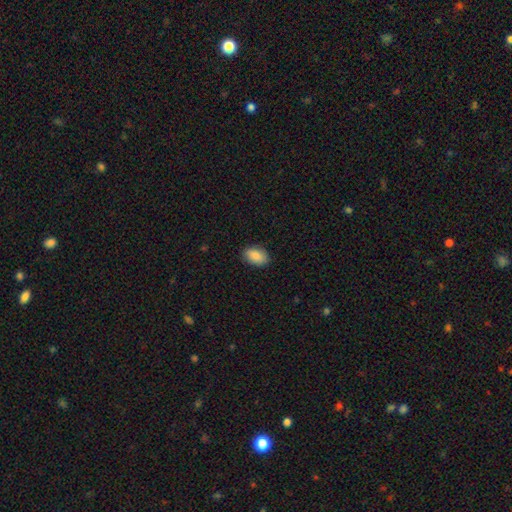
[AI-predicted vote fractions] The model was most divided on "merging": none: 87%, minor disturbance: 10%, major disturbance: 2%, merger: 1%. More confident: how rounded — in between (90%); smooth or featured — smooth (89%).